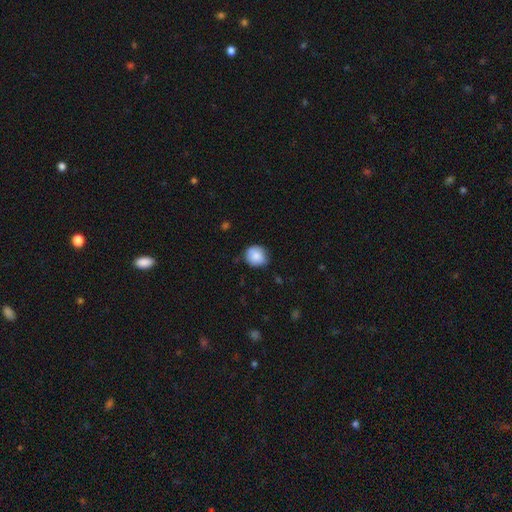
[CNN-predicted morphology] smooth-or-featured: smooth: 83% | featured or disk: 9% | star or artifact: 8%
  how-rounded: round: 83% | in between: 16% | cigar-shaped: 1%
  merging: none: 72% | minor disturbance: 23% | major disturbance: 4% | merger: 1%